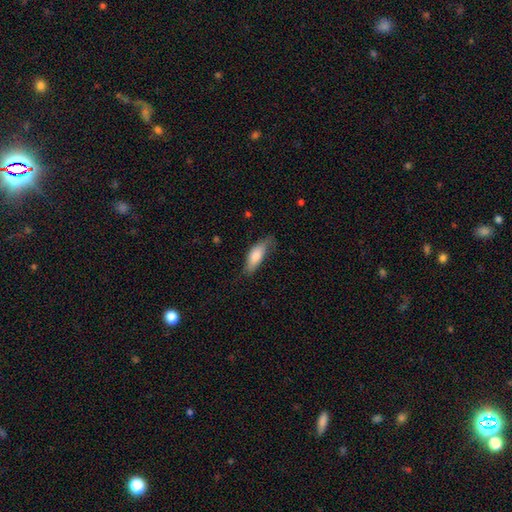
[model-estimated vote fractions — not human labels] This is likely a smooth galaxy (76%). How rounded: likely in between (71%). Merging: possibly none (55%).